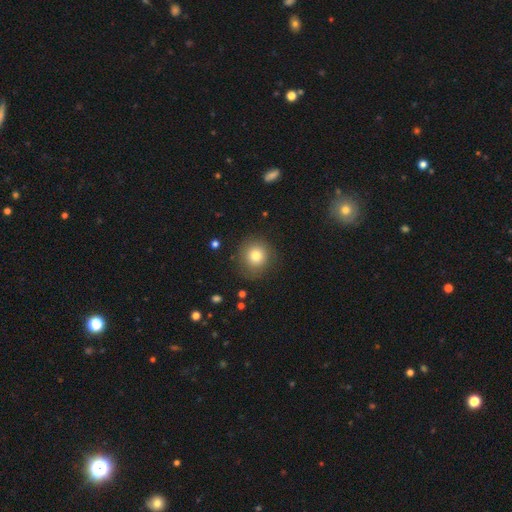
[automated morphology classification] smooth-or-featured: smooth: 78% | star or artifact: 11% | featured or disk: 11%
  how-rounded: round: 88% | in between: 11% | cigar-shaped: 1%
  merging: none: 82% | minor disturbance: 12% | major disturbance: 5% | merger: 1%